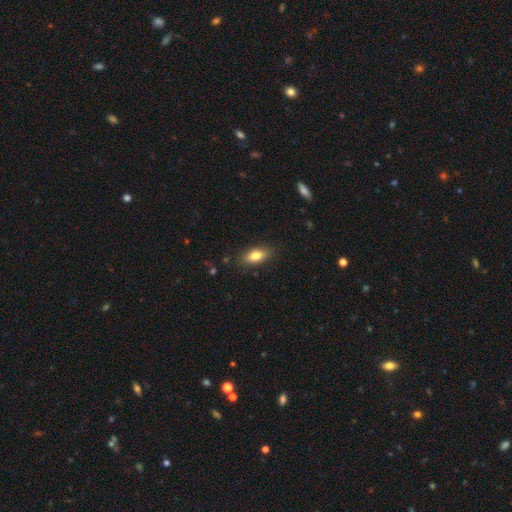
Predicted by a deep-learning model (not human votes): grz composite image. It shows a smooth galaxy with no disk features (80%) that is in between round and cigar-shaped (84%). Merging: none (85%).